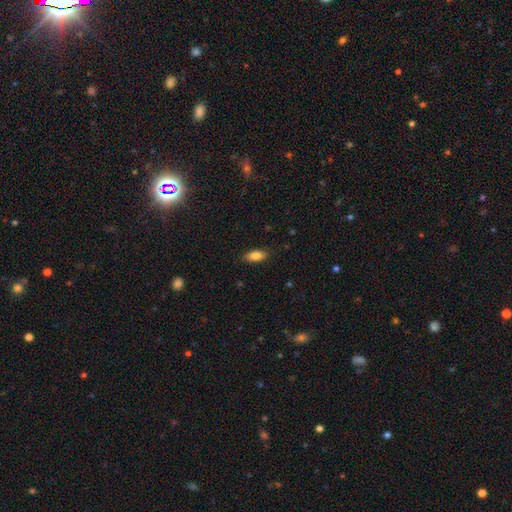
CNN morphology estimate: Smooth or featured? Predicted: smooth (p=0.83). How rounded? Predicted: in between (p=0.83). Merging? Predicted: none (p=0.86).